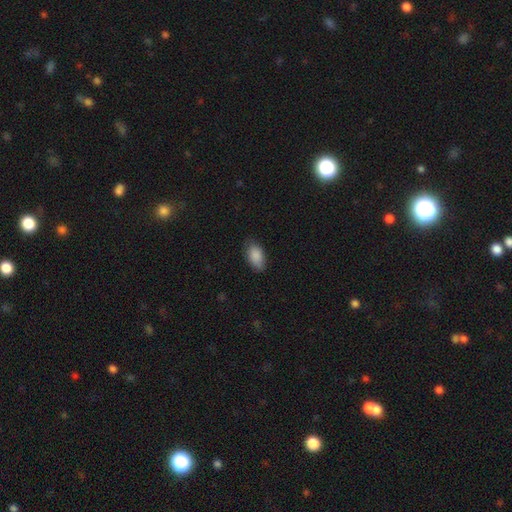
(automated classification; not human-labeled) smooth-or-featured: smooth: 88% | star or artifact: 7% | featured or disk: 5%
  how-rounded: in between: 93% | round: 4% | cigar-shaped: 3%
  merging: none: 76% | minor disturbance: 20% | major disturbance: 4% | merger: 1%